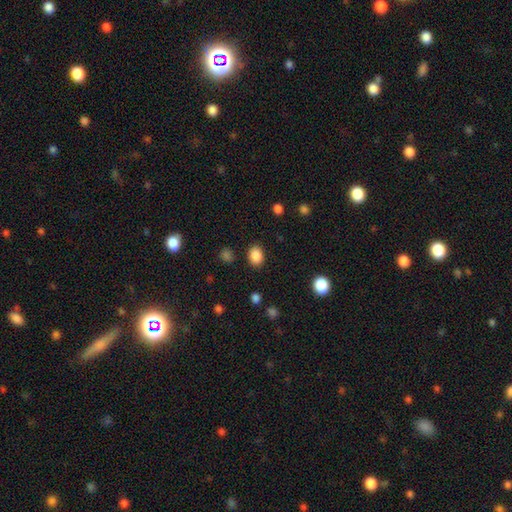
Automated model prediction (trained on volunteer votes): smooth 87%, star or artifact 10%, featured or disk 3%. Down the decision tree: how rounded — in between (58%); merging — none (87%).